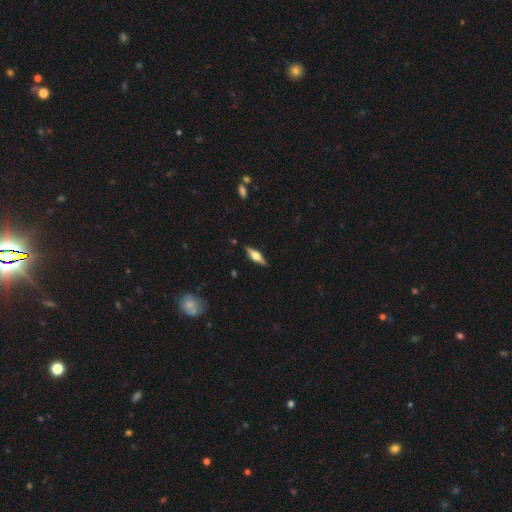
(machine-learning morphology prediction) smooth-or-featured: featured or disk: 69% | smooth: 25% | star or artifact: 6%
  disk-edge-on: yes: 96% | no: 4%
    edge-on-bulge: rounded: 90% | boxy: 8% | none: 2%
  merging: none: 88% | minor disturbance: 9% | major disturbance: 2% | merger: 1%